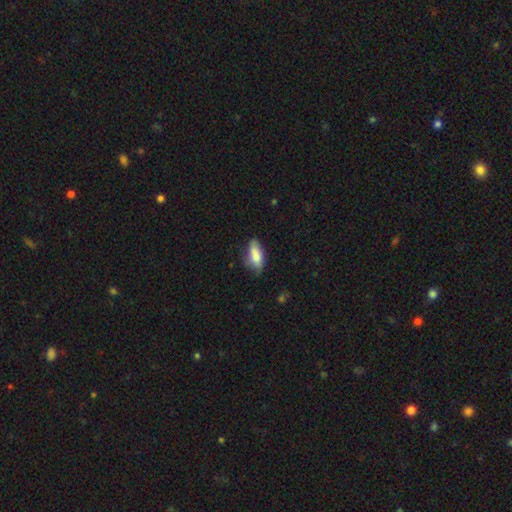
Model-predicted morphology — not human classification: type=smooth (79%); roundness=in between (83%); merging=none (58%).